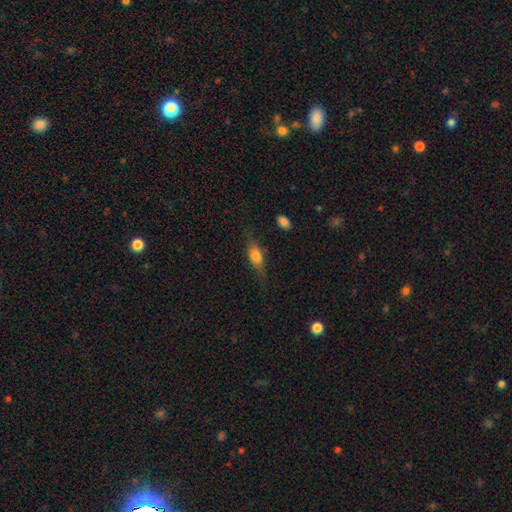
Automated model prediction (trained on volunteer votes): smooth-or-featured: smooth: 63% | featured or disk: 29% | star or artifact: 8%
  how-rounded: in between: 66% | cigar-shaped: 28% | round: 6%
  merging: none: 70% | minor disturbance: 20% | major disturbance: 7% | merger: 2%